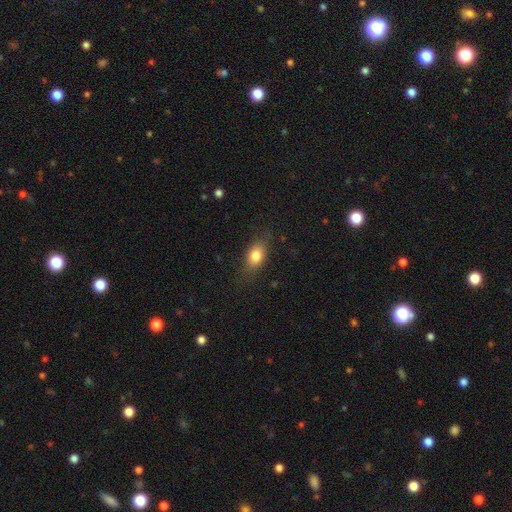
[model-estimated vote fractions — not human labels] Q: Smooth or featured?
A: smooth (80%); runner-up: featured or disk (12%)
Q: How rounded?
A: in between (79%); runner-up: round (16%)
Q: Merging?
A: none (78%); runner-up: minor disturbance (16%)